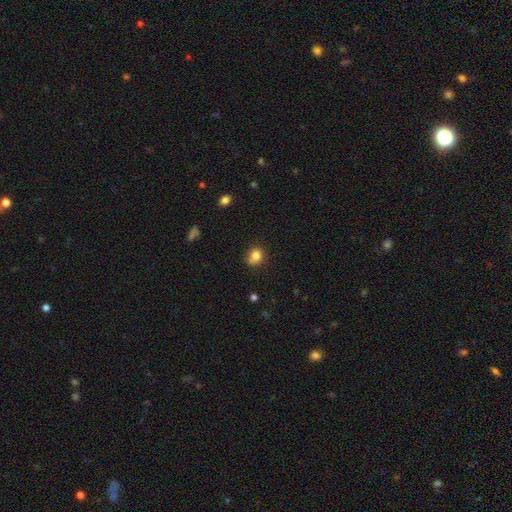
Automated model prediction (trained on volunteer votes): Smooth or featured?
  - smooth: 81% *
  - star or artifact: 12%
  - featured or disk: 8%
How rounded?
  - round: 77% *
  - in between: 22%
  - cigar-shaped: 1%
Merging?
  - none: 59% *
  - minor disturbance: 21%
  - merger: 14%
  - major disturbance: 6%